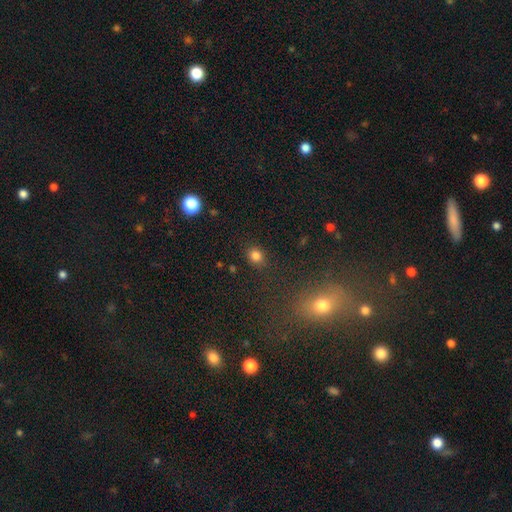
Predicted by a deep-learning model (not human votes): Smooth or featured? Predicted: smooth (p=0.81). How rounded? Predicted: round (p=0.62). Merging? Predicted: none (p=0.86).